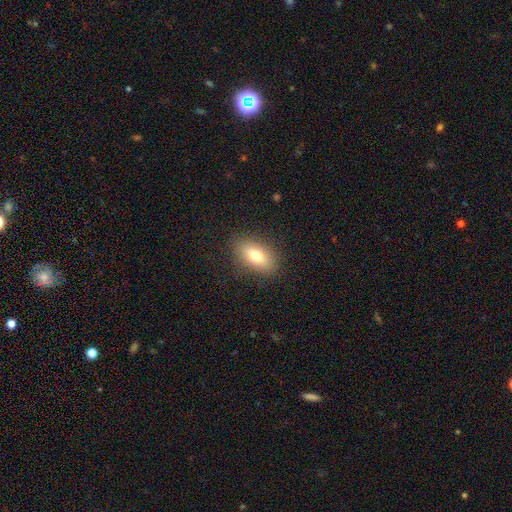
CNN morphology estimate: Q: Smooth or featured?
A: smooth (76%); runner-up: featured or disk (16%)
Q: How rounded?
A: in between (86%); runner-up: cigar-shaped (8%)
Q: Merging?
A: none (86%); runner-up: minor disturbance (10%)